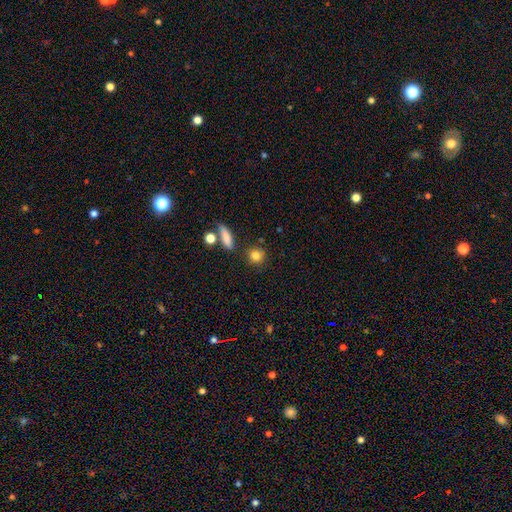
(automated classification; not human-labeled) smooth_or_featured: smooth (p=0.83) [alt: star or artifact p=0.10]
how_rounded: round (p=0.80) [alt: in between p=0.16]
merging: none (p=0.80) [alt: minor disturbance p=0.10]